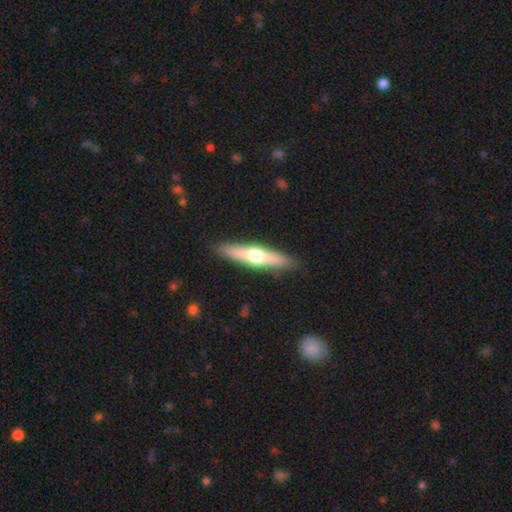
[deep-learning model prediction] Smooth or featured?
  - featured or disk: 52% *
  - smooth: 42%
  - star or artifact: 5%
Edge-on disk?
  - yes: 92% *
  - no: 8%
Merging?
  - none: 89% *
  - minor disturbance: 8%
  - major disturbance: 2%
  - merger: 1%